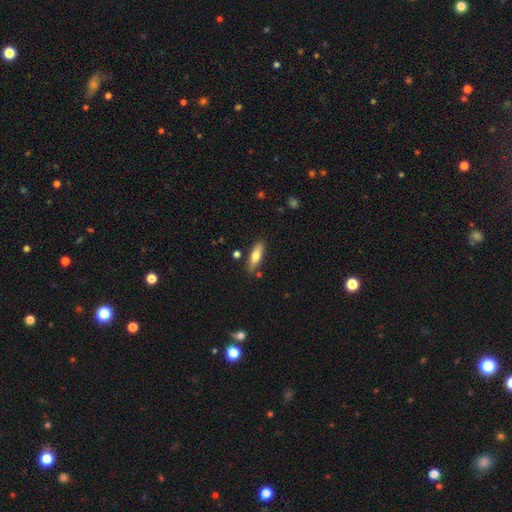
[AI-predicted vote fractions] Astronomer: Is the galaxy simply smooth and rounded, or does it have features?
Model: smooth — 69%.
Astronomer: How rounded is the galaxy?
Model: cigar-shaped — 49%, tied with in between at 49%.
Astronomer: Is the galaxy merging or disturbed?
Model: none — 81%.